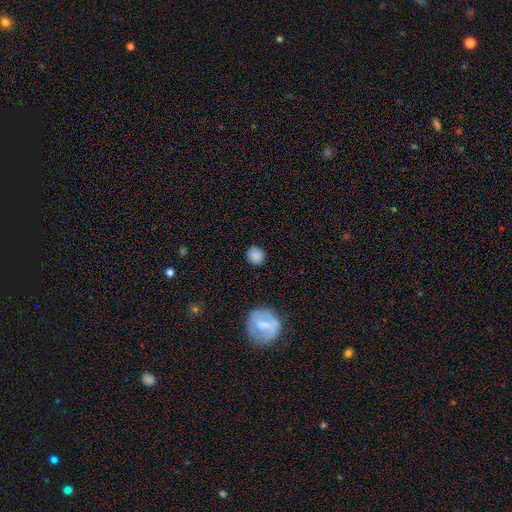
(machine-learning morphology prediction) smooth 85%, star or artifact 9%, featured or disk 6%. Down the decision tree: how rounded — round (85%); merging — none (86%).